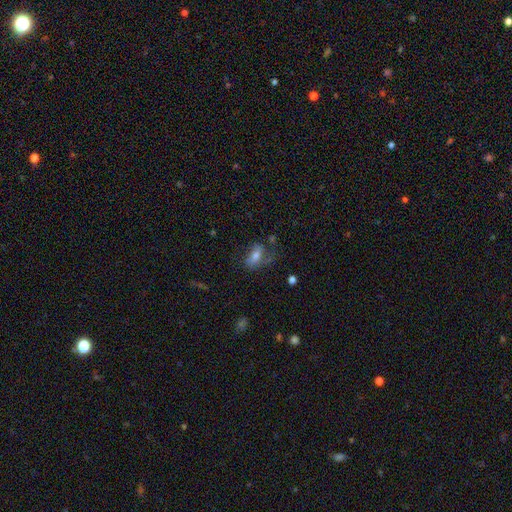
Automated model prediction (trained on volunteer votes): Smooth or featured: smooth — 53% (featured or disk — 36%)
How rounded: in between — 81% (cigar-shaped — 12%)
Merging: none — 51% (minor disturbance — 23%)